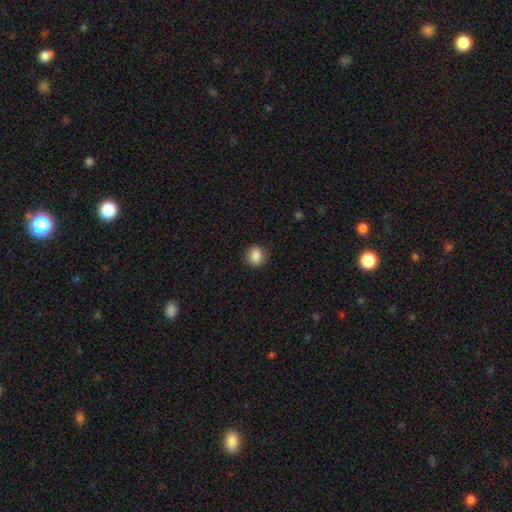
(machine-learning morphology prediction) Smooth or featured? Predicted: smooth (p=0.86). How rounded? Predicted: round (p=0.67). Merging? Predicted: none (p=0.86).